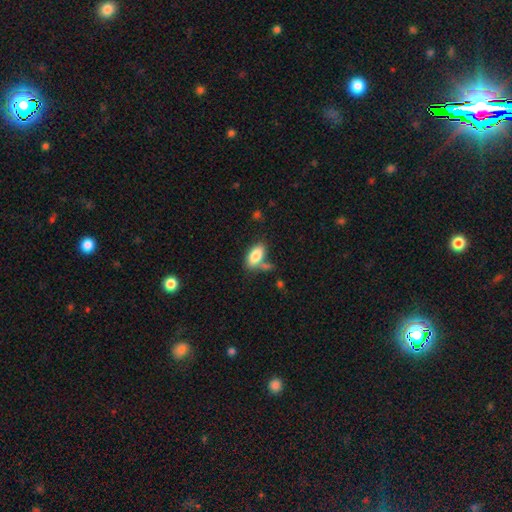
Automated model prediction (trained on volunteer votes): Q: Smooth or featured?
A: smooth (82%); runner-up: featured or disk (10%)
Q: How rounded?
A: in between (90%); runner-up: cigar-shaped (6%)
Q: Merging?
A: none (57%); runner-up: merger (19%)